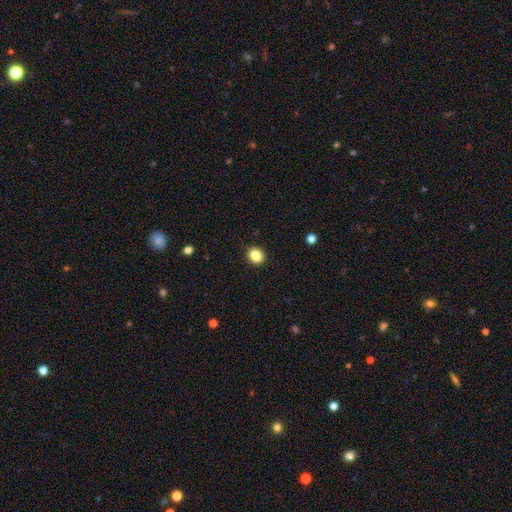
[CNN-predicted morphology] Smooth or featured? smooth (87%)
How rounded? round (54%)
Merging? none (91%)